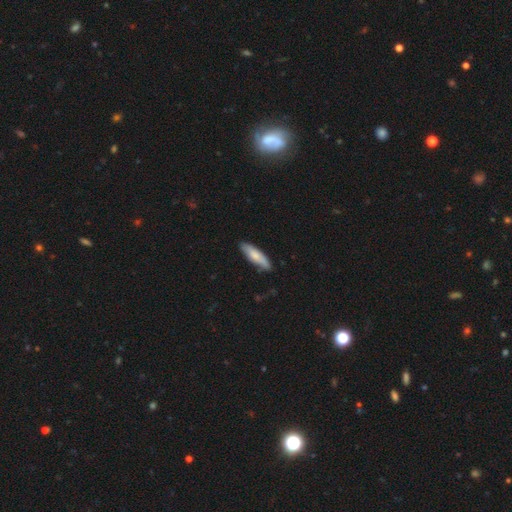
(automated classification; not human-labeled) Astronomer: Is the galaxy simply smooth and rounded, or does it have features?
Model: smooth — 74%.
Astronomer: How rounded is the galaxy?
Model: cigar-shaped — 61% (runner-up: in between, 37%).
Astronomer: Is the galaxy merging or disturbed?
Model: none — 81%.